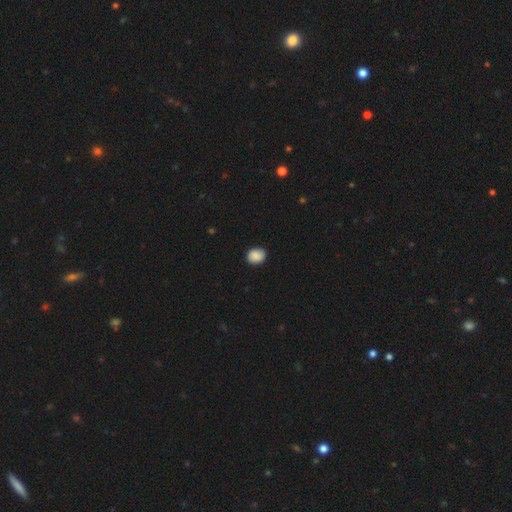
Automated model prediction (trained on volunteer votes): Morphology: type=smooth (88%); roundness=round (59%); merging=none (87%).